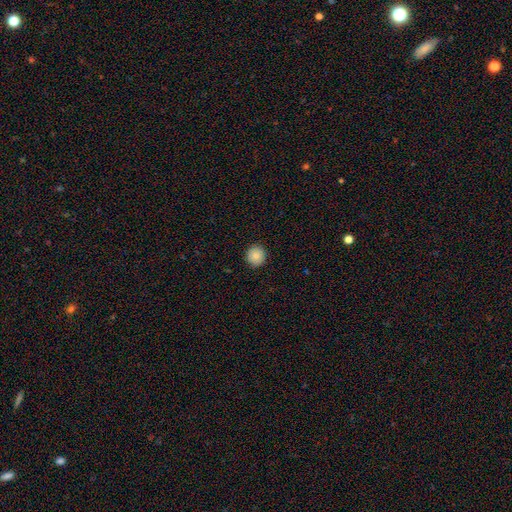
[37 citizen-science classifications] This is clearly a smooth galaxy (92%). How rounded: clearly round (97%). Merging: clearly none (97%).